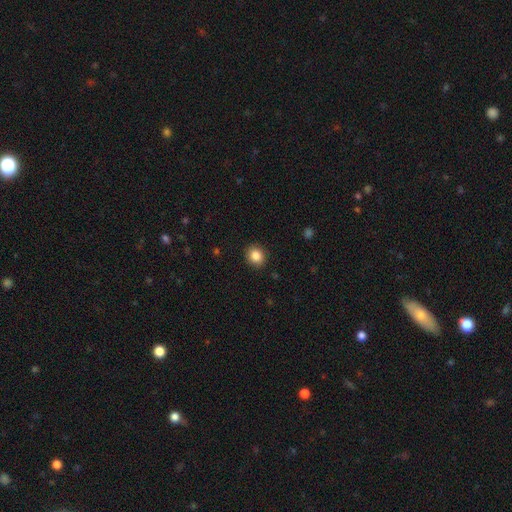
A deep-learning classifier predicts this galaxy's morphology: Q: Smooth or featured?
A: smooth (87%); runner-up: star or artifact (9%)
Q: How rounded?
A: round (67%); runner-up: in between (32%)
Q: Merging?
A: none (89%); runner-up: minor disturbance (7%)